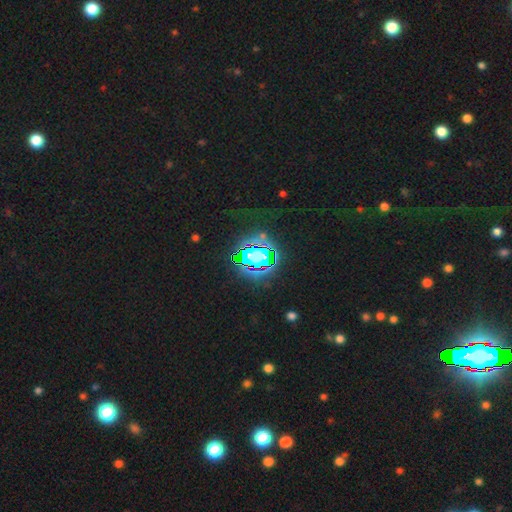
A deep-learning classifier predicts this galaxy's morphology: Smooth or featured?
  - star or artifact: 68% *
  - smooth: 18%
  - featured or disk: 14%